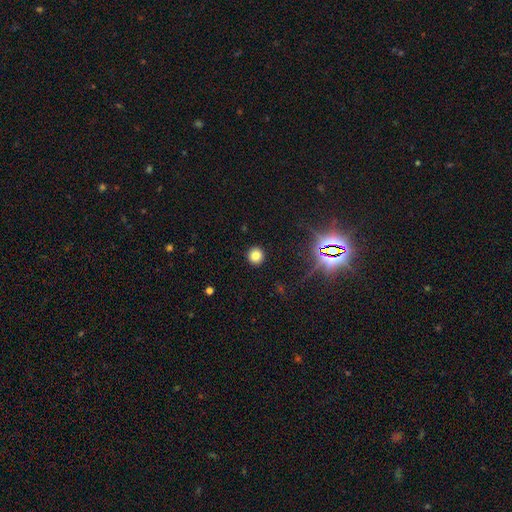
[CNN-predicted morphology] A smooth galaxy with no disk features (78%) that is round (92%). Merging: none (92%).